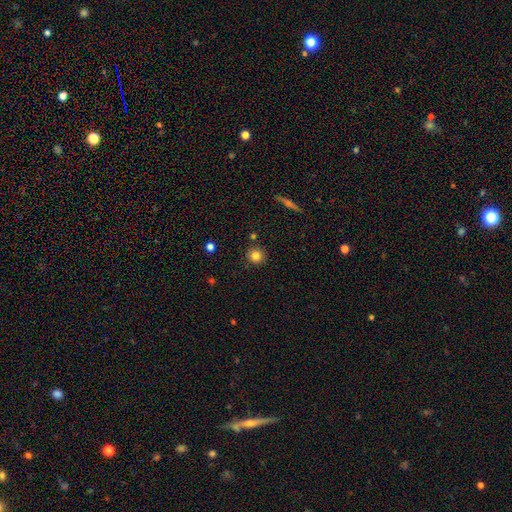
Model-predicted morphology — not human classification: Smooth or featured? smooth (81%)
How rounded? round (92%)
Merging? none (87%)